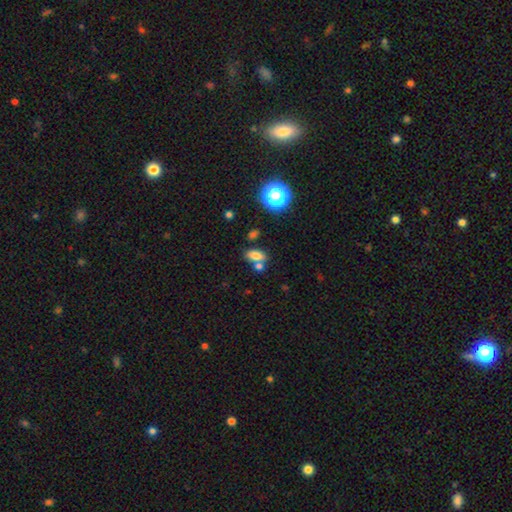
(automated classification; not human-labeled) Q: Smooth or featured?
A: smooth (76%); runner-up: star or artifact (14%)
Q: How rounded?
A: in between (82%); runner-up: round (11%)
Q: Merging?
A: none (60%); runner-up: merger (24%)